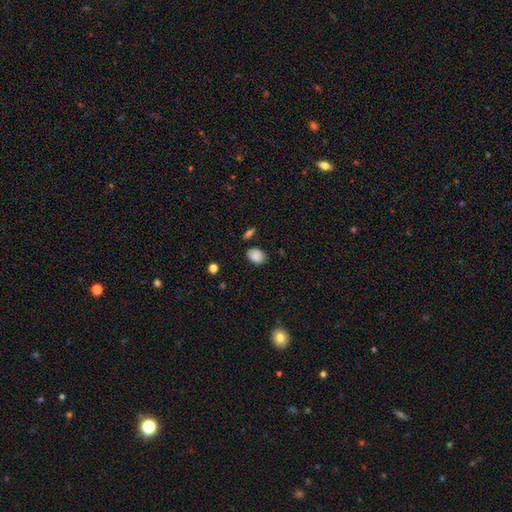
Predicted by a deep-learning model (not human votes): smooth_or_featured: smooth (p=0.87) [alt: star or artifact p=0.08]
how_rounded: in between (p=0.72) [alt: round p=0.26]
merging: none (p=0.79) [alt: minor disturbance p=0.15]